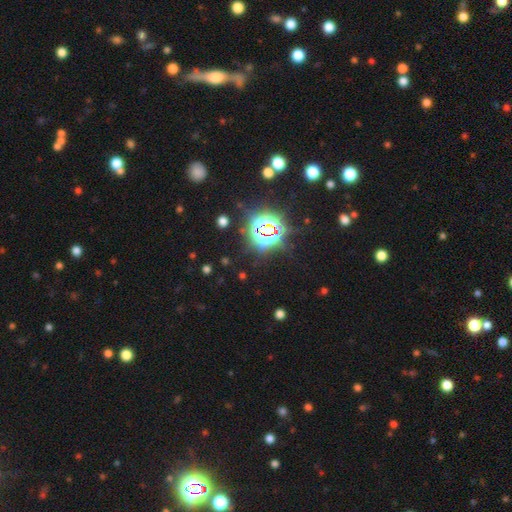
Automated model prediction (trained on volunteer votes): Q: Smooth or featured?
A: star or artifact (77%); runner-up: smooth (15%)